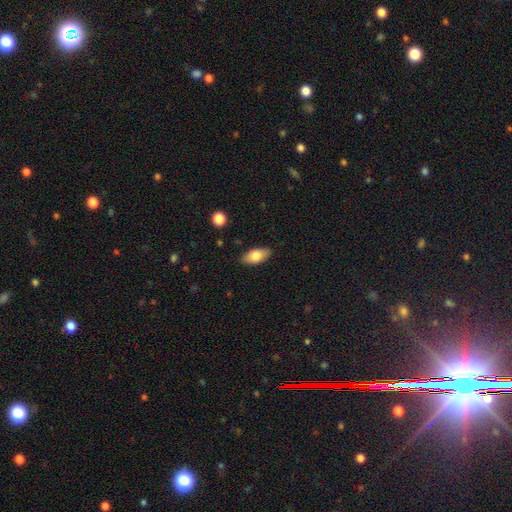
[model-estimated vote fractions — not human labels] Smooth or featured? Predicted: smooth (p=0.78). How rounded? Predicted: in between (p=0.90). Merging? Predicted: none (p=0.85).